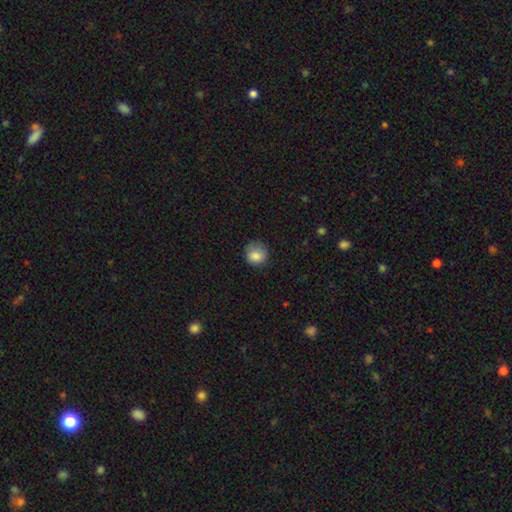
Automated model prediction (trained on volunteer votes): smooth-or-featured: smooth: 84% | star or artifact: 9% | featured or disk: 6%
  how-rounded: round: 85% | in between: 15% | cigar-shaped: 1%
  merging: none: 70% | minor disturbance: 22% | major disturbance: 6% | merger: 1%